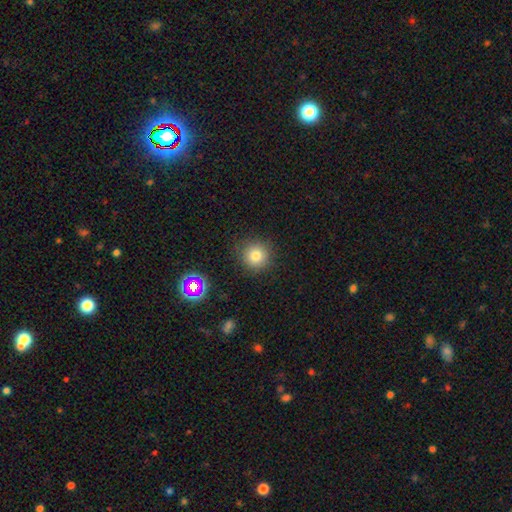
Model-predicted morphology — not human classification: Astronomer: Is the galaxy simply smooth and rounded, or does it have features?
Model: smooth — 78%.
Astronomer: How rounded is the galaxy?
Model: round — 94%.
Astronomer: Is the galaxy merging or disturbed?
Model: none — 87%.